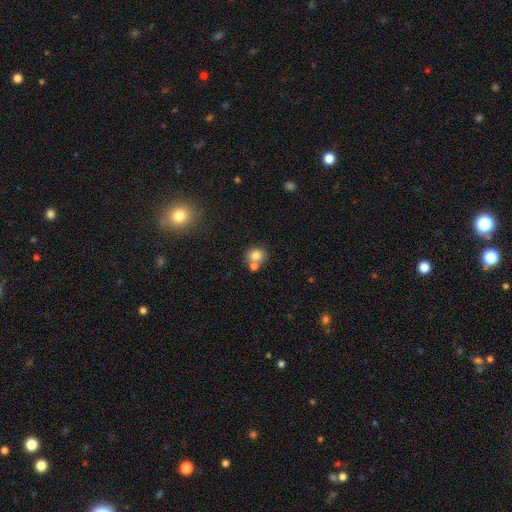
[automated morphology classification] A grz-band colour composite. It shows a smooth galaxy with no disk features (79%) that is round (81%). Merging: none (53%).